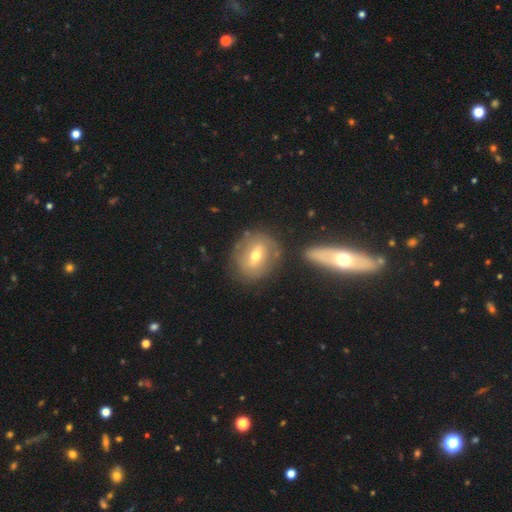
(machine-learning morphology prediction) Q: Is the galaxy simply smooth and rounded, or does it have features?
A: featured or disk — 51%.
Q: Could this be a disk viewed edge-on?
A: no — 88%.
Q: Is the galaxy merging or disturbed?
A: none — 73%.